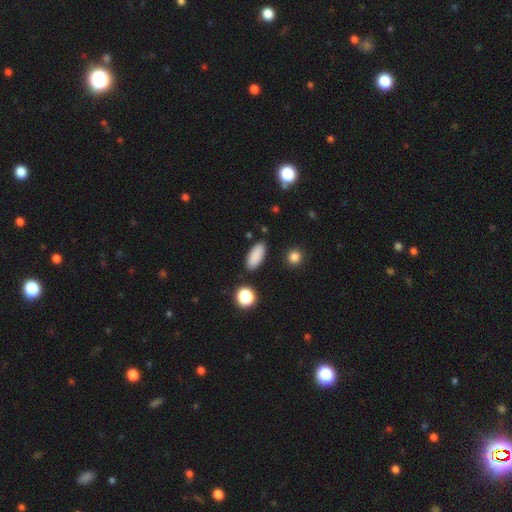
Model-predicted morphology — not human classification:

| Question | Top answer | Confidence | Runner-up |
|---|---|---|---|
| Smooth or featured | smooth | 87% | star or artifact (8%) |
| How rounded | in between | 80% | cigar-shaped (17%) |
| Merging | none | 88% | minor disturbance (7%) |